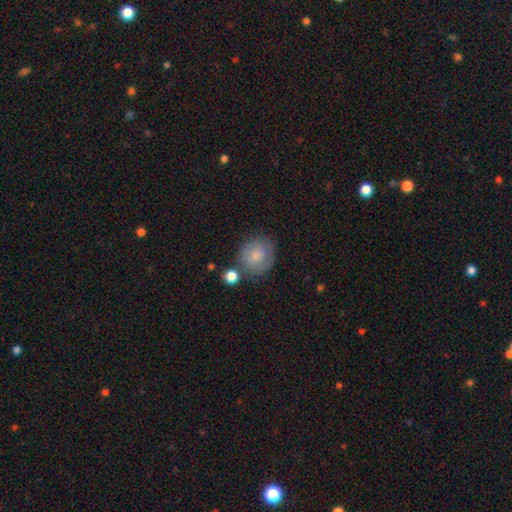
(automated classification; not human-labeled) A smooth galaxy with no disk features (77%) that is round (85%).

Vote fractions:
- Smooth or featured? smooth: 77% / featured or disk: 15% / star or artifact: 8%
- How rounded? round: 85% / in between: 14% / cigar-shaped: 1%
- Merging? none: 69% / minor disturbance: 17% / merger: 9% / major disturbance: 6%